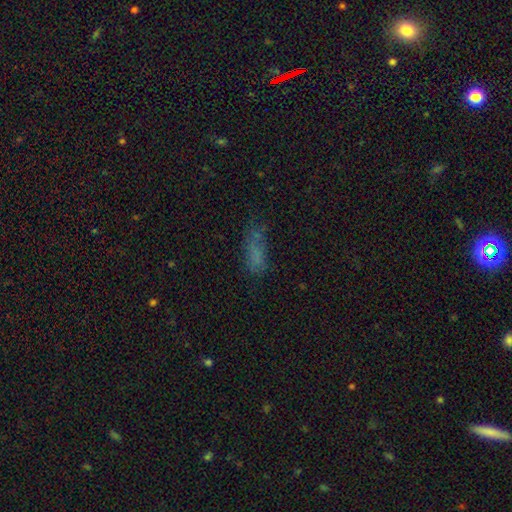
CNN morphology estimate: A smooth galaxy with no disk features (64%) that is in between round and cigar-shaped (67%).

Vote fractions:
- Smooth or featured? smooth: 64% / featured or disk: 18% / star or artifact: 17%
- How rounded? in between: 67% / cigar-shaped: 29% / round: 4%
- Merging? none: 48% / minor disturbance: 26% / major disturbance: 20% / merger: 6%